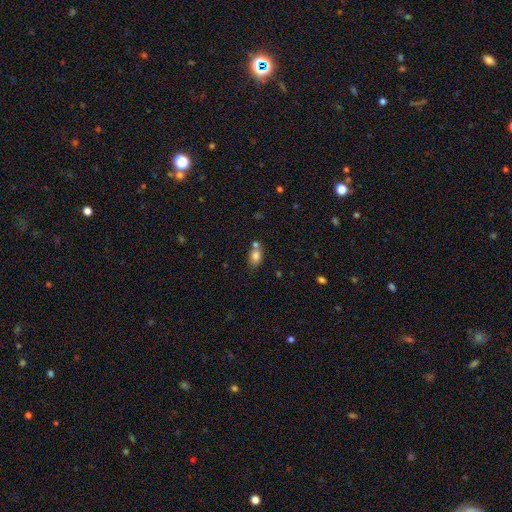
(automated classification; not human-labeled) smooth_or_featured: smooth (p=0.80) [alt: star or artifact p=0.10]
how_rounded: in between (p=0.70) [alt: round p=0.28]
merging: none (p=0.53) [alt: merger p=0.29]